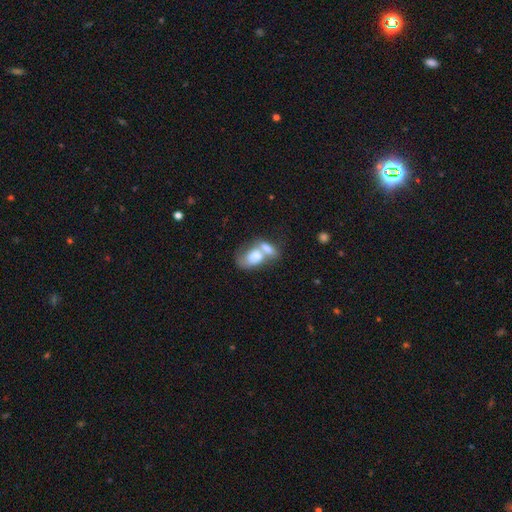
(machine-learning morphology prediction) Smooth or featured: smooth — 66% (featured or disk — 27%)
How rounded: in between — 85% (round — 12%)
Merging: merger — 72% (none — 12%)